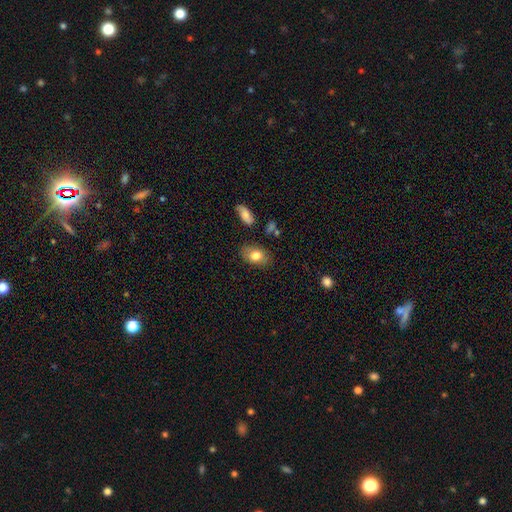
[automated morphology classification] The model was most divided on "smooth or featured": smooth: 78%, featured or disk: 14%, star or artifact: 8%. More confident: how rounded — in between (84%); merging — none (81%).